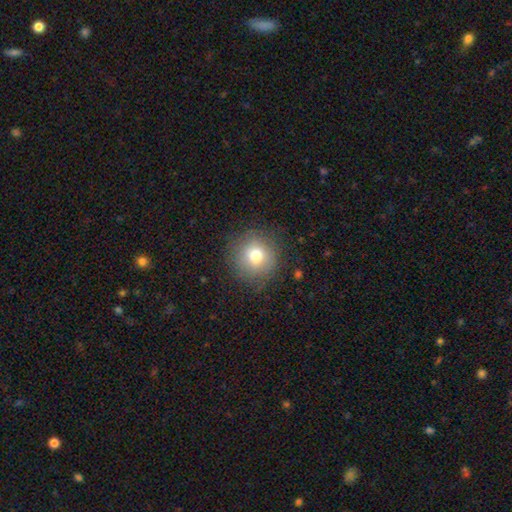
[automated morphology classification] Smooth or featured? smooth (77%)
How rounded? round (91%)
Merging? none (83%)